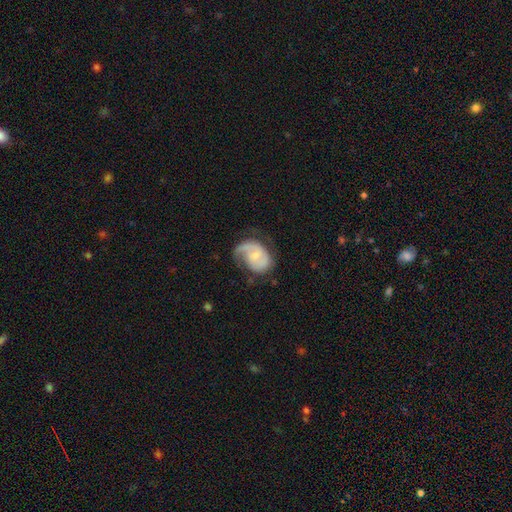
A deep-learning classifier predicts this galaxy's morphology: A featured or disk galaxy (71%) with no bar (57%), 1 (49%) medium (42%) spiral arms (91%) and a small central bulge (52%).

Vote fractions:
- Smooth or featured? featured or disk: 71% / smooth: 23% / star or artifact: 6%
- Edge-on disk? no: 98% / yes: 2%
- Bar? no: 57% / weak: 37% / strong: 6%
- Spiral arms? yes: 91% / no: 9%
- Spiral winding? medium: 42% / tight: 33% / loose: 25%
- Spiral arm count? 1: 49% / 2: 38% / can't tell: 9% / 3: 2% / 4: 1% / more than 4: 1%
- Bulge size? small: 52% / moderate: 26% / none: 17% / large: 3% / dominant: 1%
- Merging? none: 46% / minor disturbance: 27% / major disturbance: 25% / merger: 2%